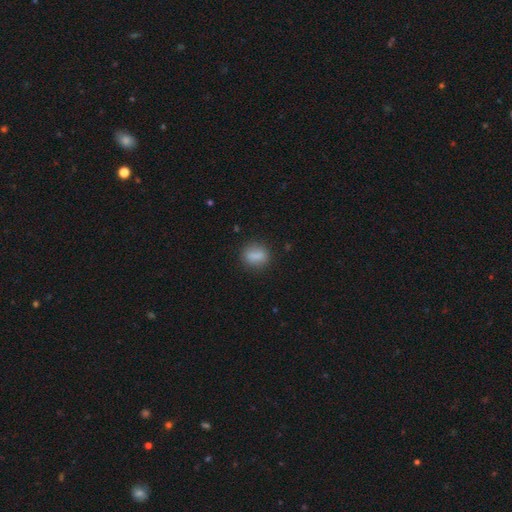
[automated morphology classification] smooth 81%, featured or disk 11%, star or artifact 8%. Down the decision tree: how rounded — in between (48%); merging — none (81%).